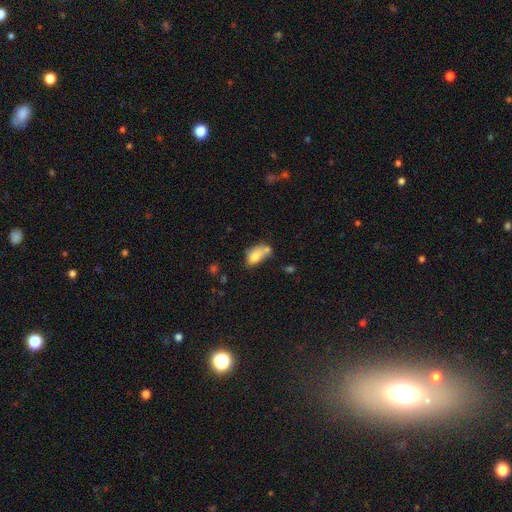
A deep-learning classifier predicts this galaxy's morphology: The model was most divided on "merging": merger: 37%, none: 33%, minor disturbance: 20%, major disturbance: 10%. More confident: how rounded — in between (85%); smooth or featured — smooth (75%).